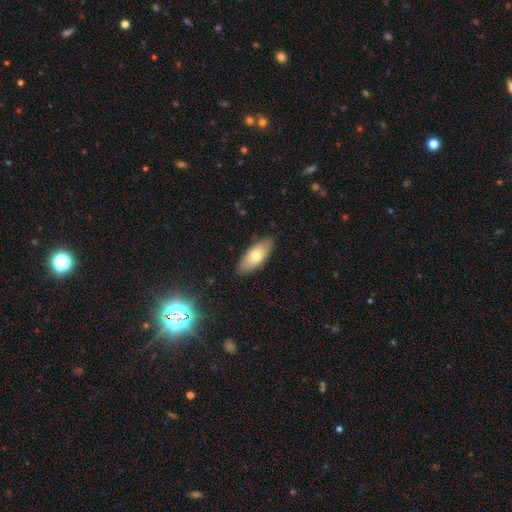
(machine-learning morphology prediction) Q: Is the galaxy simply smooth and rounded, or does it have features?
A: smooth — 69%.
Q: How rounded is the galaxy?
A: in between — 79%.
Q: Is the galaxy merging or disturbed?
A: none — 85%.